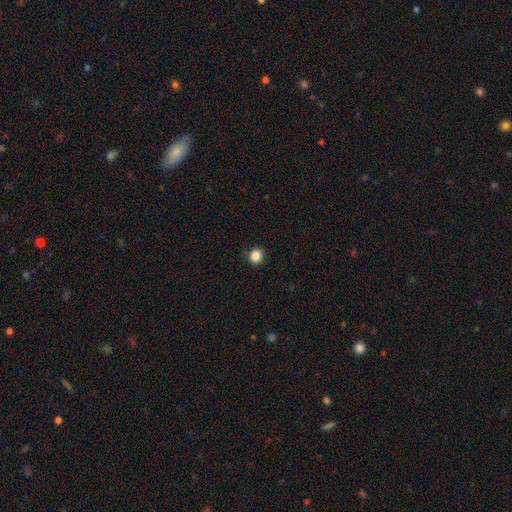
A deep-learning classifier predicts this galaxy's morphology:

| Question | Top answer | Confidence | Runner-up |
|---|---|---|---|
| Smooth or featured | smooth | 87% | star or artifact (10%) |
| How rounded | round | 83% | in between (16%) |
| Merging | none | 90% | minor disturbance (7%) |